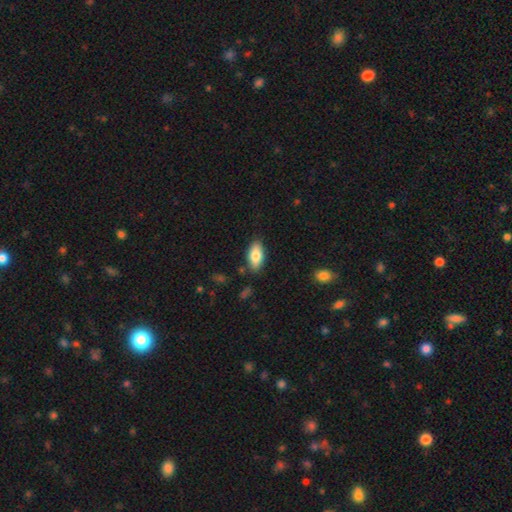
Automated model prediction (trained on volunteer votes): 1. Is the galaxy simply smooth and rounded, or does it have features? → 80% smooth, 13% featured or disk, 7% star or artifact.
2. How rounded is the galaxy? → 90% in between, 7% cigar-shaped, 3% round.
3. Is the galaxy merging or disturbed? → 85% none, 11% minor disturbance, 2% major disturbance, 2% merger.